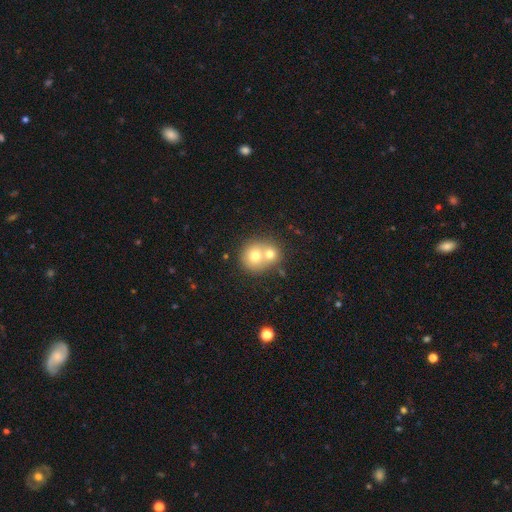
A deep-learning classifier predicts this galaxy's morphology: A smooth galaxy with no disk features (68%) that is round (83%). Merging: merger (61%).